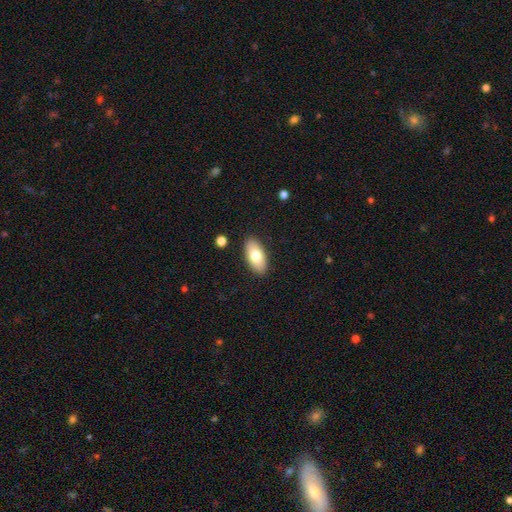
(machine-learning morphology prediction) A smooth galaxy with no disk features (75%) that is in between round and cigar-shaped (92%).

Vote fractions:
- Smooth or featured? smooth: 75% / featured or disk: 18% / star or artifact: 6%
- How rounded? in between: 92% / cigar-shaped: 5% / round: 3%
- Merging? none: 89% / minor disturbance: 8% / major disturbance: 2% / merger: 1%